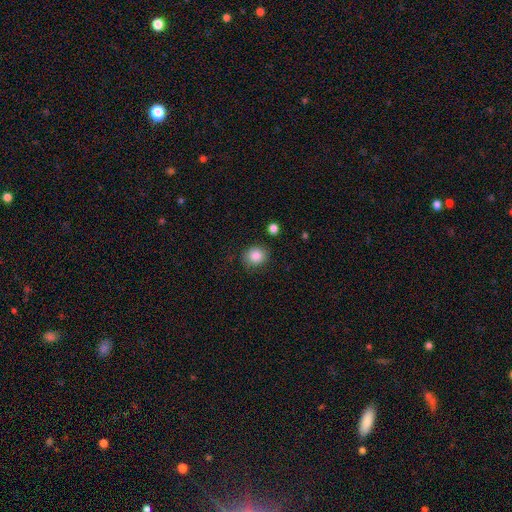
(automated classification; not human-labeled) smooth 86%, star or artifact 9%, featured or disk 5%. Down the decision tree: how rounded — round (77%); merging — none (81%).